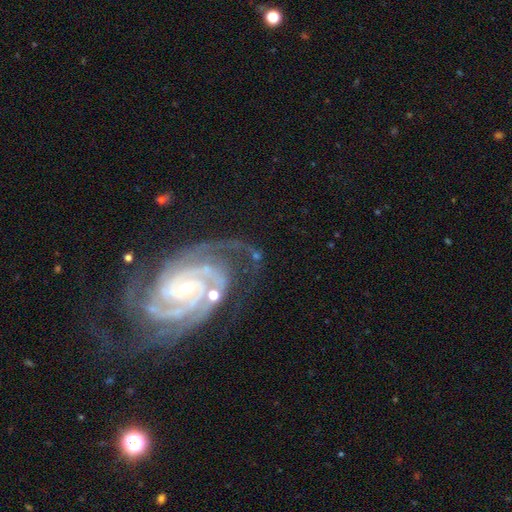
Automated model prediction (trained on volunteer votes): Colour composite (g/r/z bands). It shows a featured or disk galaxy (88%) with no bar (48%), 2 (42%) tight (62%) spiral arms (97%) and a small central bulge (62%). Merging: none (58%).